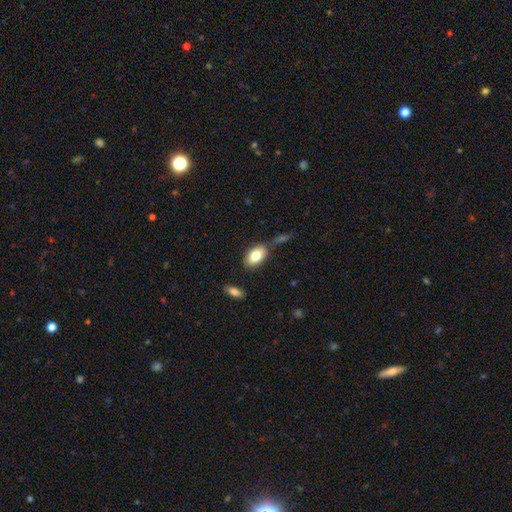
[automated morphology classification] This appears to be a smooth galaxy with no disk features (81%) that is in between round and cigar-shaped (92%). Merging: none (71%).